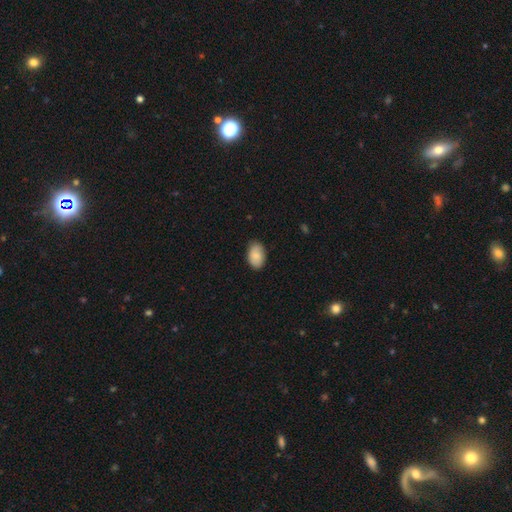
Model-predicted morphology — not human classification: smooth-or-featured: smooth: 87% | featured or disk: 7% | star or artifact: 6%
  how-rounded: in between: 91% | round: 8% | cigar-shaped: 1%
  merging: none: 85% | minor disturbance: 12% | major disturbance: 2% | merger: 1%